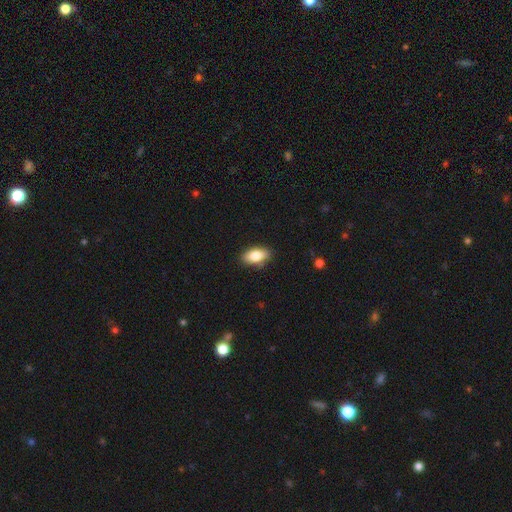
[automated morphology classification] The model was most divided on "merging": none: 85%, minor disturbance: 12%, major disturbance: 2%, merger: 1%. More confident: how rounded — in between (90%); smooth or featured — smooth (84%).